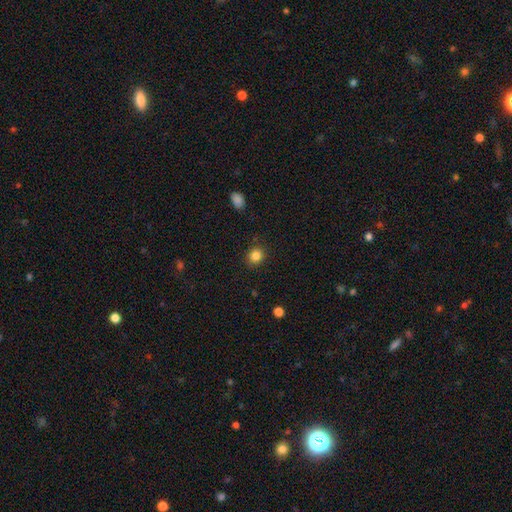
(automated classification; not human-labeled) This appears to be a smooth galaxy with no disk features (85%) that is round (81%). Merging: none (89%).